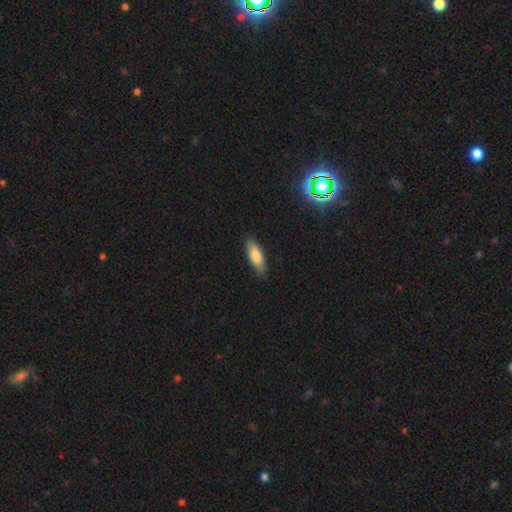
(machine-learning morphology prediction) This appears to be a smooth galaxy with no disk features (78%) that is in between round and cigar-shaped (62%). Merging: none (87%).